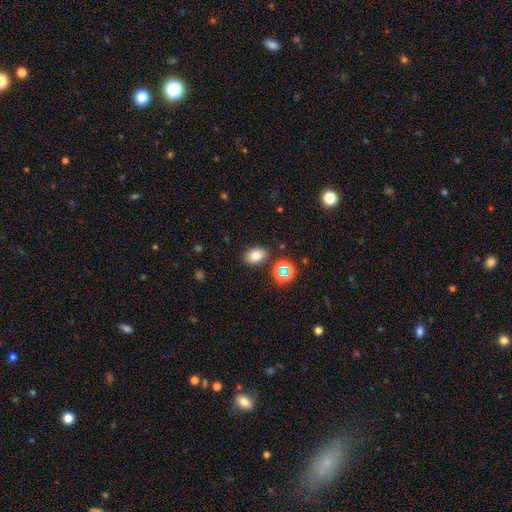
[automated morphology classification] smooth-or-featured: smooth: 76% | star or artifact: 14% | featured or disk: 10%
  how-rounded: in between: 76% | round: 23% | cigar-shaped: 1%
  merging: none: 85% | minor disturbance: 9% | merger: 3% | major disturbance: 3%